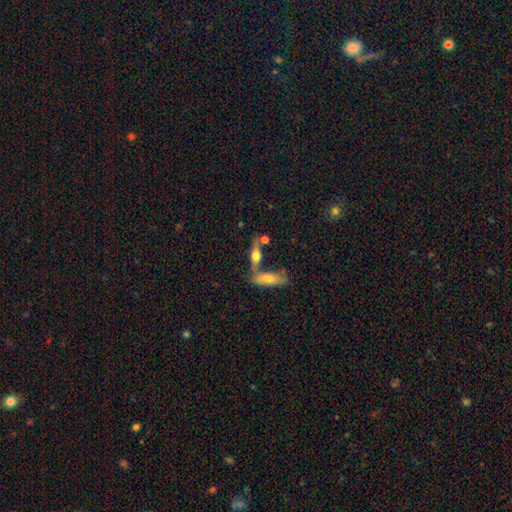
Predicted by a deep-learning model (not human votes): This is possibly a smooth galaxy (48%). Merging: possibly none (56%).